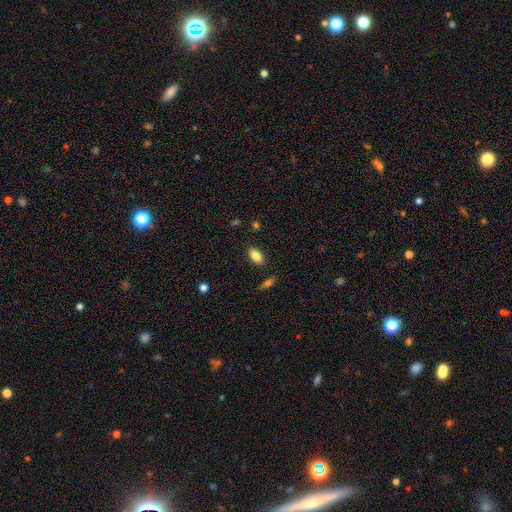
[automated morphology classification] Smooth or featured? Predicted: smooth (p=0.84). How rounded? Predicted: in between (p=0.91). Merging? Predicted: none (p=0.85).